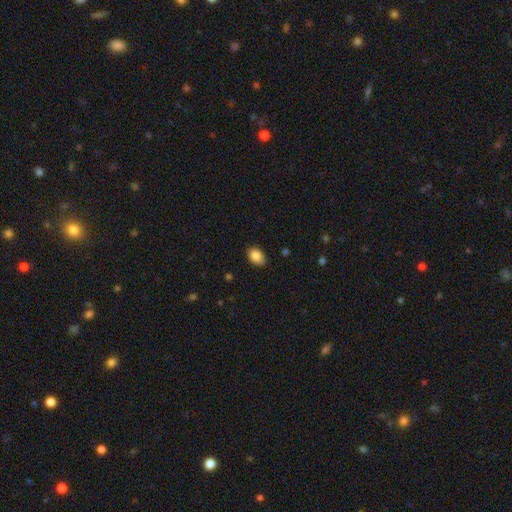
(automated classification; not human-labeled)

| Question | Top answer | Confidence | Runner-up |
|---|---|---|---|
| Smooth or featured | smooth | 86% | star or artifact (8%) |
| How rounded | in between | 85% | round (14%) |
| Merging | none | 84% | minor disturbance (13%) |